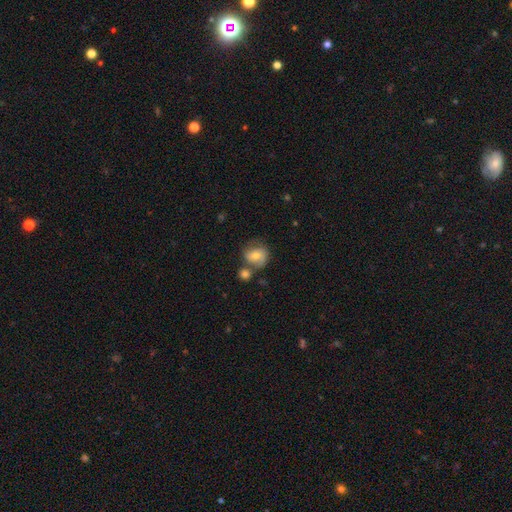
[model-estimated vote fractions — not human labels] The model was most divided on "smooth or featured": featured or disk: 47%, smooth: 44%, star or artifact: 8%. Remaining: merging — none (46%).